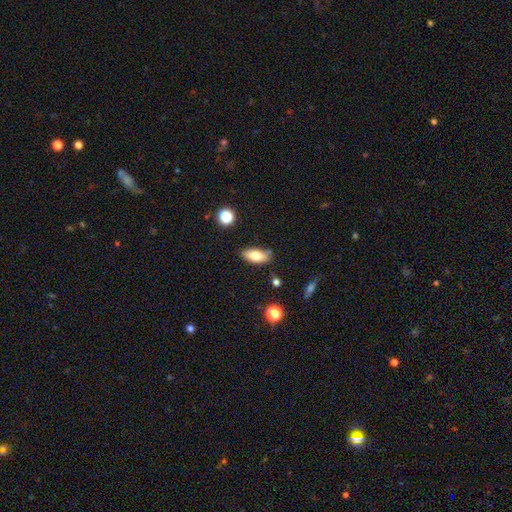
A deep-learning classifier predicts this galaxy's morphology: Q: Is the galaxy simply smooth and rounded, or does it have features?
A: smooth — 76%.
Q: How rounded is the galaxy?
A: in between — 86%.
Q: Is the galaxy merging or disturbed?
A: none — 78%.